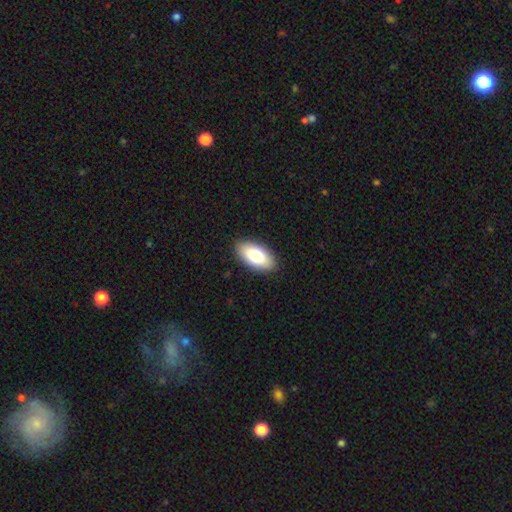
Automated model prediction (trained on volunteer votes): Morphology: type=smooth (77%); roundness=in between (93%); merging=none (89%).